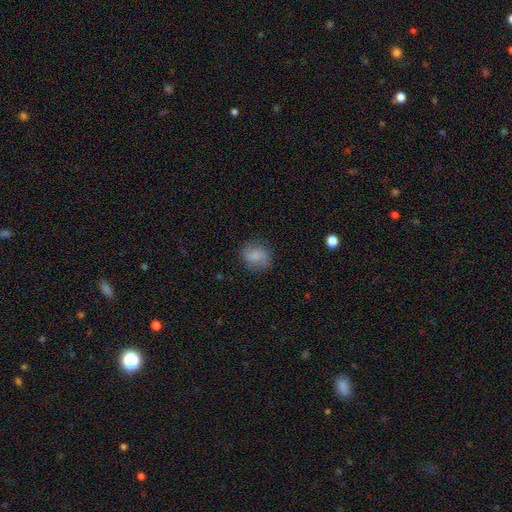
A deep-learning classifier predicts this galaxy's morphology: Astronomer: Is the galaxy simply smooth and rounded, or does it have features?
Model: smooth — 71%.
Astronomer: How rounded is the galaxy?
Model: round — 58% (runner-up: in between, 40%).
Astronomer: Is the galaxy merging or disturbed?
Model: none — 76%.